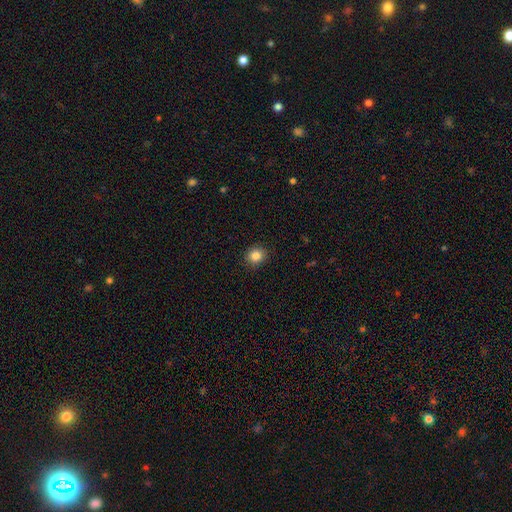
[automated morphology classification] This appears to be a smooth galaxy with no disk features (85%) that is round (79%). Merging: none (90%).